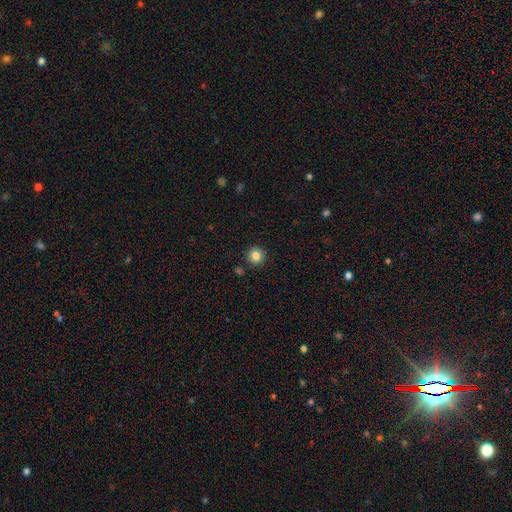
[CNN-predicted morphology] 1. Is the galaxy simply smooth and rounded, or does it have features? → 83% smooth, 11% star or artifact, 6% featured or disk.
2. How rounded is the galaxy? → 92% round, 7% in between, 1% cigar-shaped.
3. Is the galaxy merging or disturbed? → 90% none, 6% minor disturbance, 2% merger, 2% major disturbance.